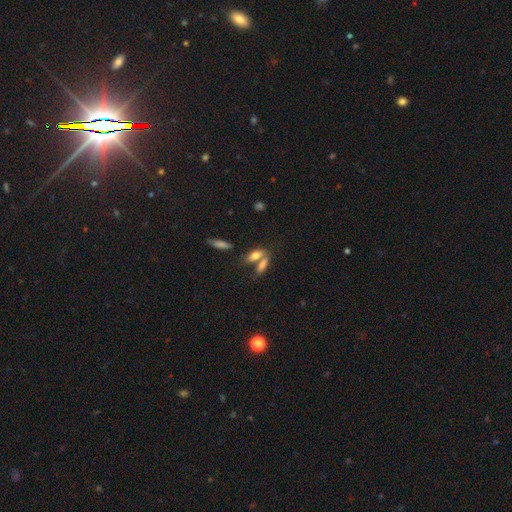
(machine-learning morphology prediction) type=smooth (73%); roundness=in between (70%); merging=merger (44%).